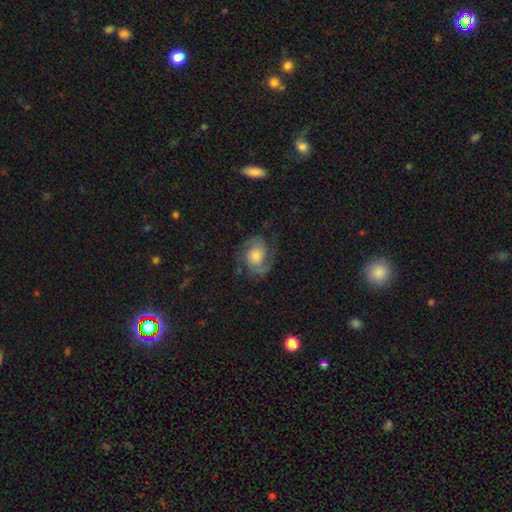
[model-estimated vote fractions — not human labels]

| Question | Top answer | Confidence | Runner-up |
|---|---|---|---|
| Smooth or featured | featured or disk | 78% | smooth (15%) |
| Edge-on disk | no | 98% | yes (2%) |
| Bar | no | 71% | weak (24%) |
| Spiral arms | yes | 95% | no (5%) |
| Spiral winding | medium | 48% | tight (35%) |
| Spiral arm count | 2 | 89% | can't tell (4%) |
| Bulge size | moderate | 43% | small (25%) |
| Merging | none | 76% | minor disturbance (15%) |